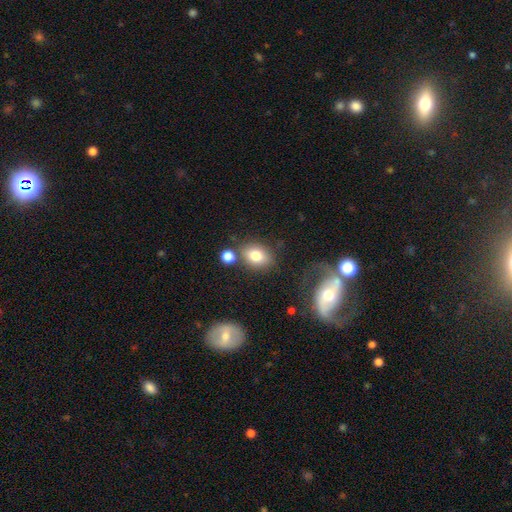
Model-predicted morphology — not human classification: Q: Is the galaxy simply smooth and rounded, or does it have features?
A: smooth — 79%.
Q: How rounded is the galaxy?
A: in between — 64%.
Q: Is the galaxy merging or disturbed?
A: none — 68%.